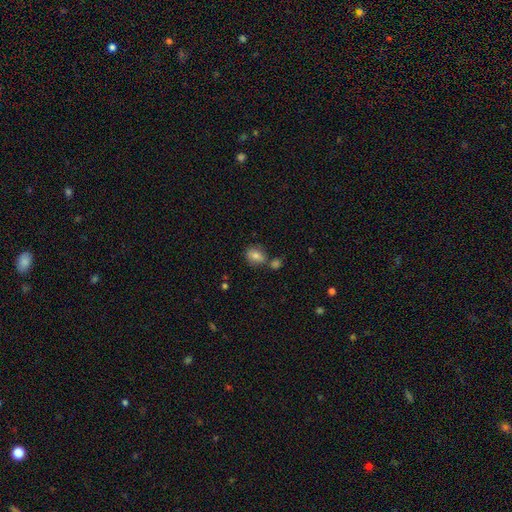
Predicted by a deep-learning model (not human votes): A smooth galaxy with no disk features (79%) that is in between round and cigar-shaped (51%).

Vote fractions:
- Smooth or featured? smooth: 79% / featured or disk: 11% / star or artifact: 10%
- How rounded? in between: 51% / round: 48% / cigar-shaped: 1%
- Merging? none: 65% / merger: 18% / minor disturbance: 13% / major disturbance: 4%